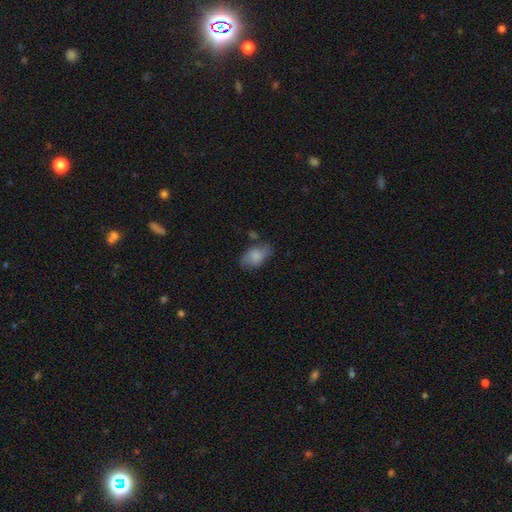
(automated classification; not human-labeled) smooth 74%, featured or disk 17%, star or artifact 8%. Down the decision tree: how rounded — in between (89%); merging — none (56%).